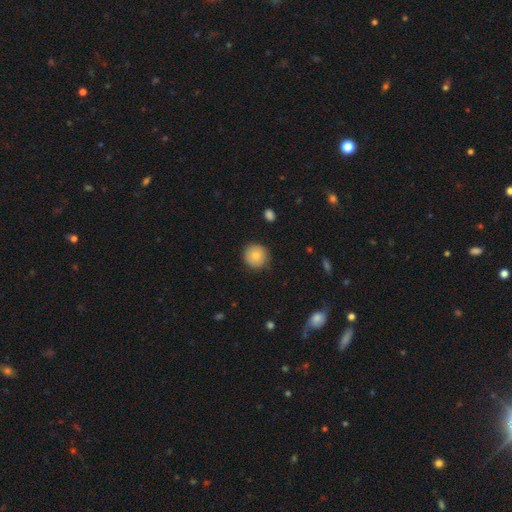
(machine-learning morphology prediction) The model was most divided on "smooth or featured": smooth: 78%, featured or disk: 14%, star or artifact: 9%. More confident: how rounded — round (93%); merging — none (86%).